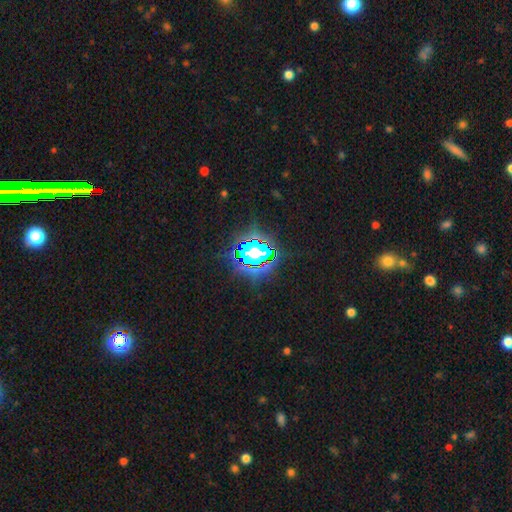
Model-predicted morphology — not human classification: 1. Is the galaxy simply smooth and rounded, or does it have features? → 77% star or artifact, 14% smooth, 9% featured or disk.